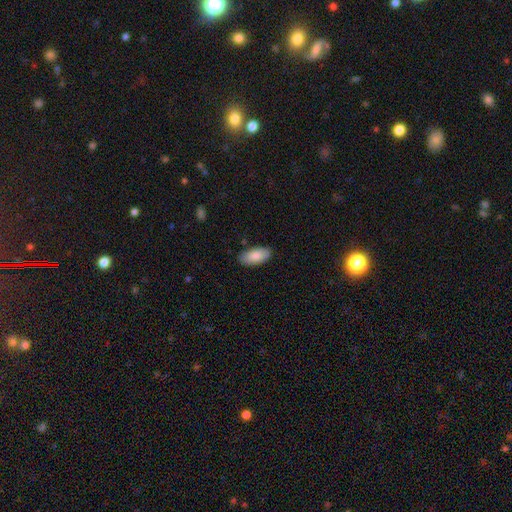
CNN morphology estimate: This appears to be a smooth galaxy with no disk features (86%) that is in between round and cigar-shaped (92%). Merging: none (86%).